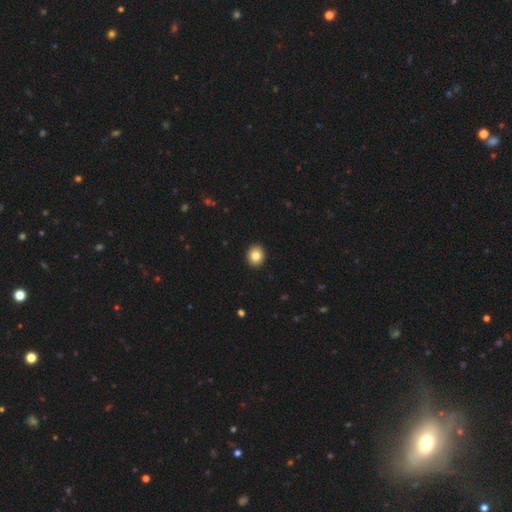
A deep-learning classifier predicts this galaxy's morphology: Smooth or featured?
  - smooth: 83% *
  - star or artifact: 9%
  - featured or disk: 8%
How rounded?
  - round: 76% *
  - in between: 23%
  - cigar-shaped: 1%
Merging?
  - none: 93% *
  - minor disturbance: 5%
  - major disturbance: 1%
  - merger: 1%